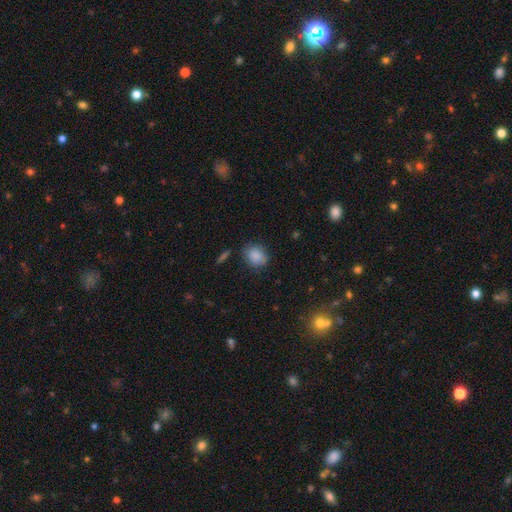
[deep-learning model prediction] Smooth or featured?
  - smooth: 86% *
  - star or artifact: 8%
  - featured or disk: 5%
How rounded?
  - in between: 51% *
  - round: 48%
  - cigar-shaped: 1%
Merging?
  - none: 76% *
  - minor disturbance: 17%
  - major disturbance: 4%
  - merger: 3%